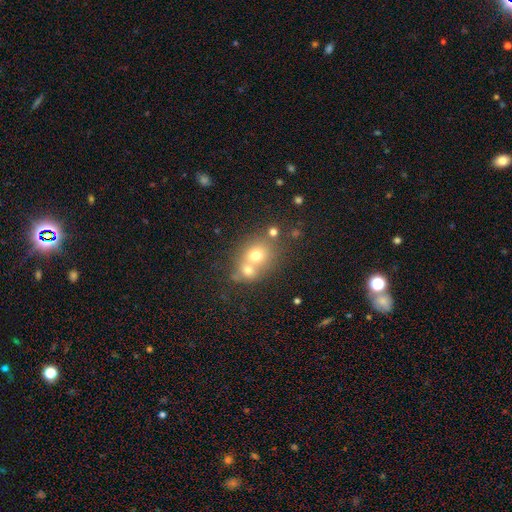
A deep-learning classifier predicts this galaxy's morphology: The model was most divided on "merging": merger: 56%, none: 34%, minor disturbance: 7%, major disturbance: 3%. More confident: how rounded — round (70%); smooth or featured — smooth (65%).